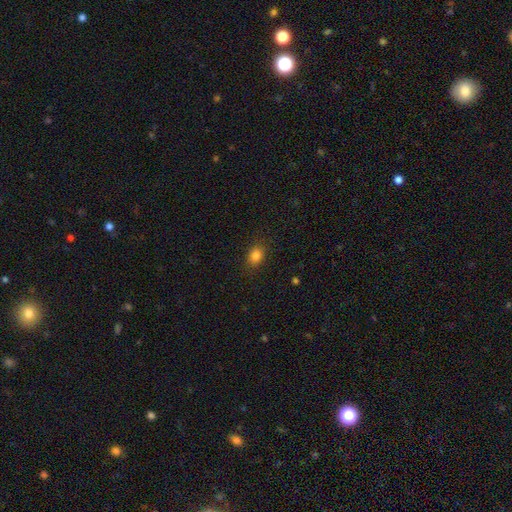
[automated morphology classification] A smooth galaxy with no disk features (83%) that is in between round and cigar-shaped (61%).

Vote fractions:
- Smooth or featured? smooth: 83% / star or artifact: 11% / featured or disk: 6%
- How rounded? in between: 61% / round: 38% / cigar-shaped: 1%
- Merging? none: 87% / minor disturbance: 10% / major disturbance: 3% / merger: 1%